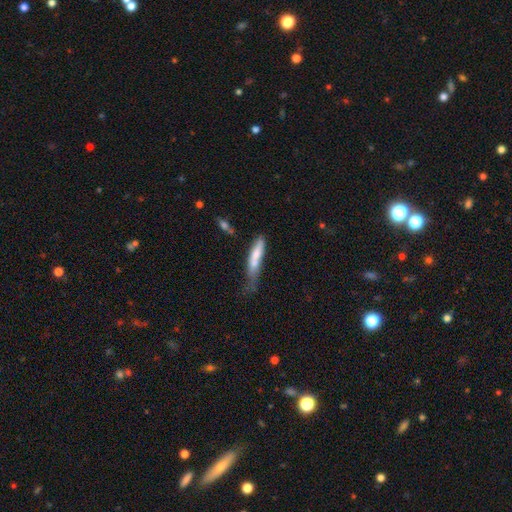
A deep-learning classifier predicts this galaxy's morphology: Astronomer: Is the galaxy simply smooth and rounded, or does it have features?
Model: smooth — 64%.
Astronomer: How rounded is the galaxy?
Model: cigar-shaped — 80%.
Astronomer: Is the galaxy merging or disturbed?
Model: minor disturbance — 35% (runner-up: none, 33%).